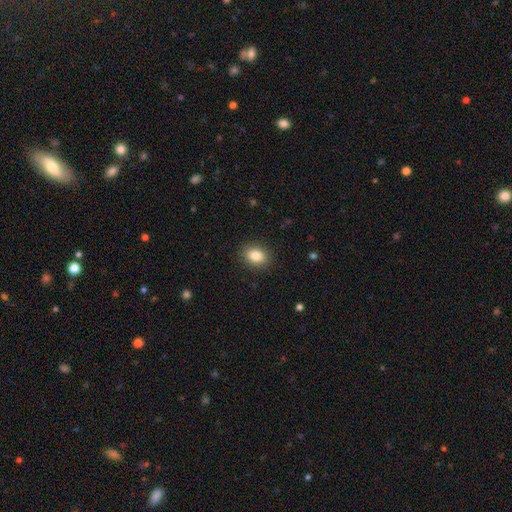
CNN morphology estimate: smooth 85%, star or artifact 9%, featured or disk 7%. Down the decision tree: how rounded — in between (67%); merging — none (89%).